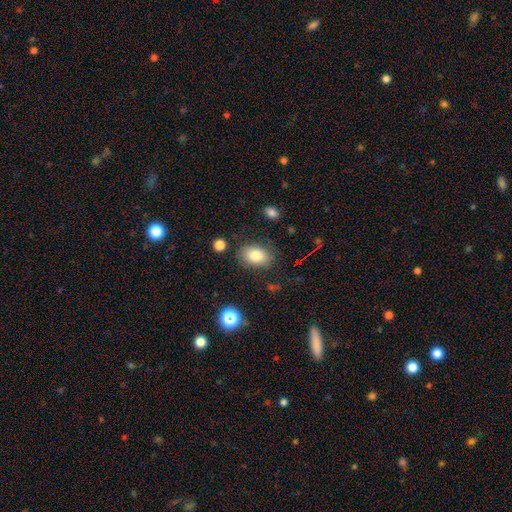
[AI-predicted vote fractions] Smooth or featured: smooth — 81% (featured or disk — 10%)
How rounded: in between — 80% (round — 18%)
Merging: none — 81% (minor disturbance — 13%)